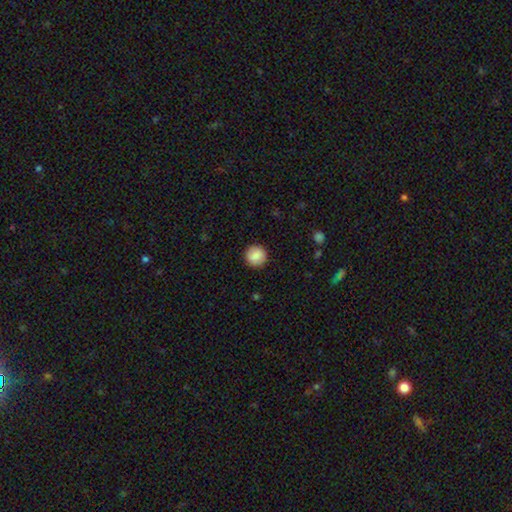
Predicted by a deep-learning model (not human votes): A smooth galaxy with no disk features (88%) that is round (93%).

Vote fractions:
- Smooth or featured? smooth: 88% / star or artifact: 8% / featured or disk: 4%
- How rounded? round: 93% / in between: 6% / cigar-shaped: 1%
- Merging? none: 91% / minor disturbance: 6% / major disturbance: 2% / merger: 1%